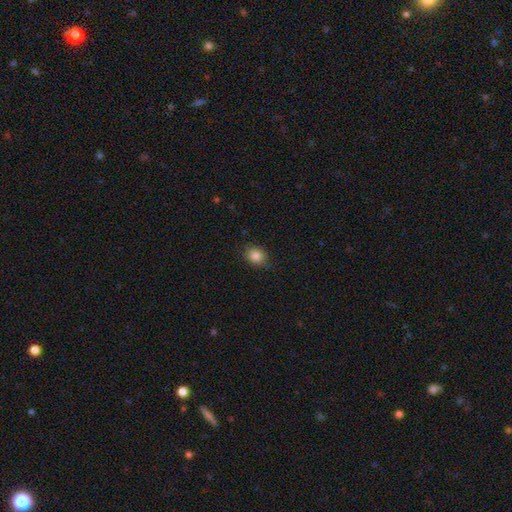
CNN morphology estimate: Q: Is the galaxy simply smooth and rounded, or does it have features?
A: smooth — 85%.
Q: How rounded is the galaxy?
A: round — 58%.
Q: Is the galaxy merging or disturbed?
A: none — 82%.